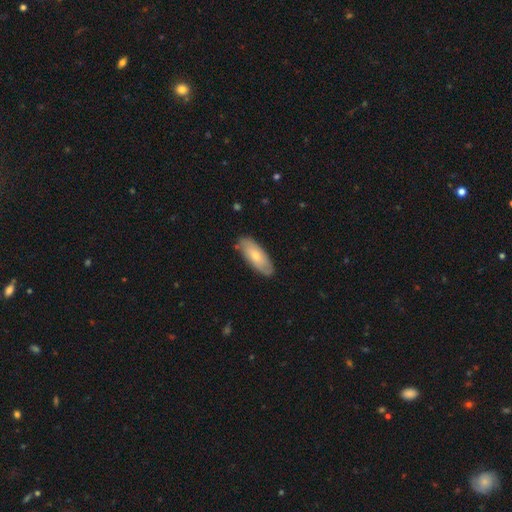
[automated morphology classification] Smooth or featured: smooth — 66% (featured or disk — 29%)
How rounded: in between — 78% (cigar-shaped — 20%)
Merging: none — 81% (minor disturbance — 15%)